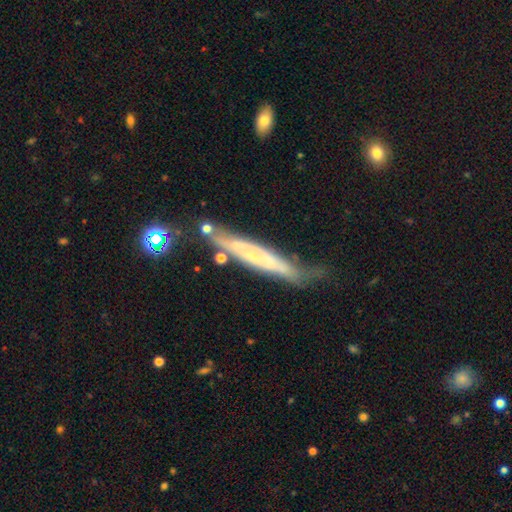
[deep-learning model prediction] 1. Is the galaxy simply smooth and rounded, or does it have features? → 58% featured or disk, 34% smooth, 8% star or artifact.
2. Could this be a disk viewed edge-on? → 78% yes, 22% no.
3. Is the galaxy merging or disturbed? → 58% none, 27% minor disturbance, 10% major disturbance, 5% merger.